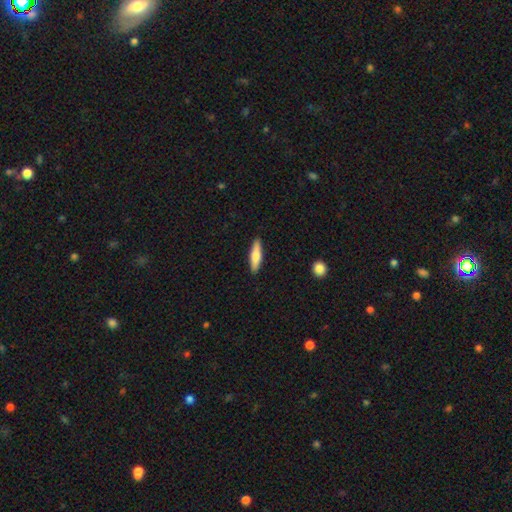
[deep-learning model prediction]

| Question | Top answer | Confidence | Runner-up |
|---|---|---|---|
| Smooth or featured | smooth | 68% | featured or disk (27%) |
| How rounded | cigar-shaped | 72% | in between (26%) |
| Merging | none | 90% | minor disturbance (7%) |